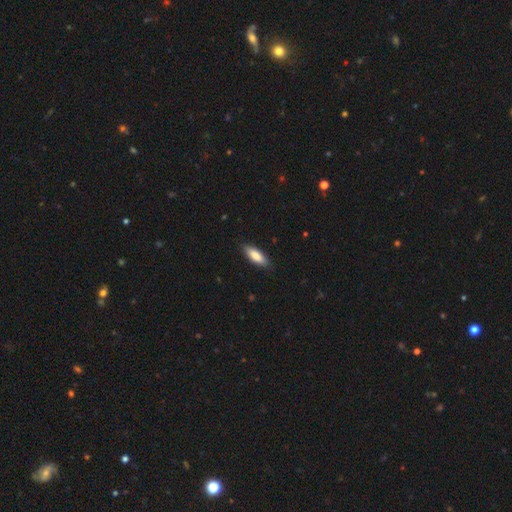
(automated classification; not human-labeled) A smooth galaxy with no disk features (85%) that is in between round and cigar-shaped (62%).

Vote fractions:
- Smooth or featured? smooth: 85% / featured or disk: 10% / star or artifact: 5%
- How rounded? in between: 62% / cigar-shaped: 36% / round: 2%
- Merging? none: 86% / minor disturbance: 11% / major disturbance: 2% / merger: 1%